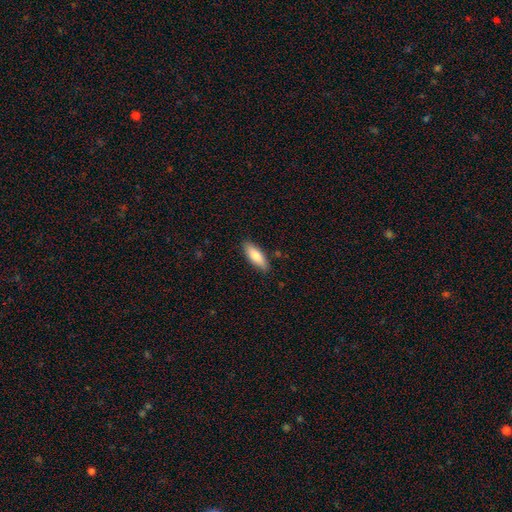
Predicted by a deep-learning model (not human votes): This is likely a smooth galaxy (80%). How rounded: likely in between (60%). Merging: clearly none (86%).